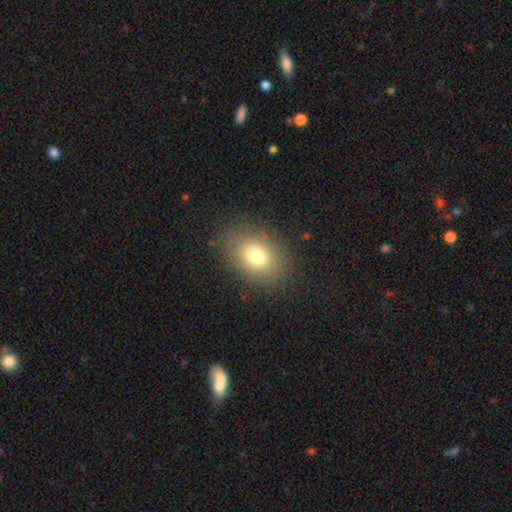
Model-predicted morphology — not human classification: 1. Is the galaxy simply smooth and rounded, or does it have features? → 76% smooth, 13% featured or disk, 12% star or artifact.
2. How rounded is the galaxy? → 67% in between, 32% round, 1% cigar-shaped.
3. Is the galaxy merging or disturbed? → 84% none, 11% minor disturbance, 4% major disturbance, 1% merger.